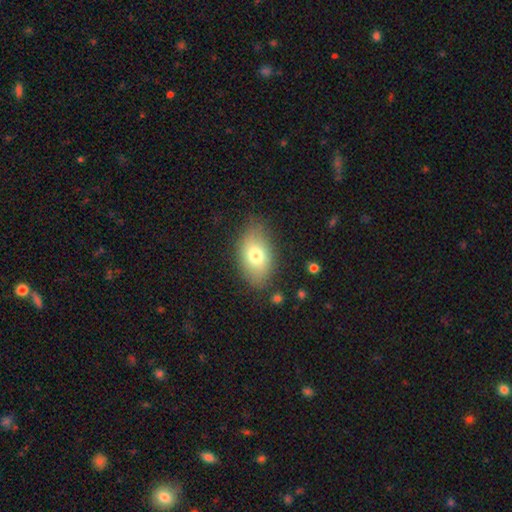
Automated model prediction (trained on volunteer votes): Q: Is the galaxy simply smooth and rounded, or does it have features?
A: smooth — 74%.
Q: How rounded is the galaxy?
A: in between — 88%.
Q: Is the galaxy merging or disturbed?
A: none — 76%.